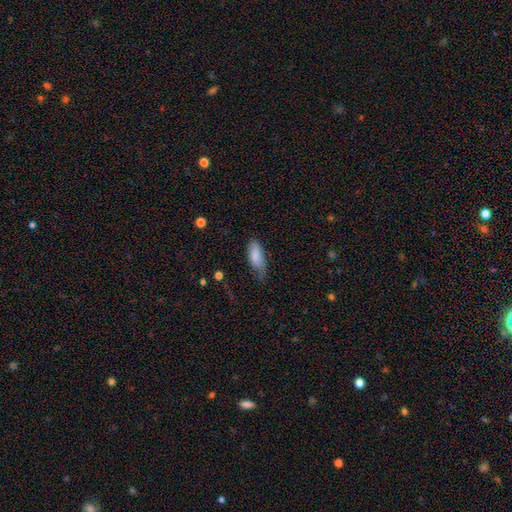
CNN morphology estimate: Smooth or featured: smooth — 84% (featured or disk — 10%)
How rounded: in between — 79% (cigar-shaped — 19%)
Merging: none — 48% (minor disturbance — 38%)